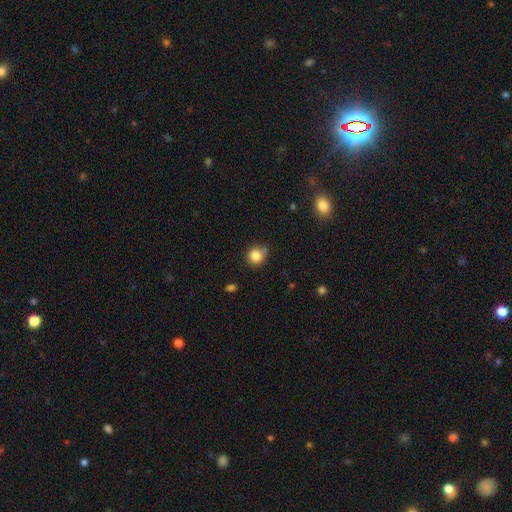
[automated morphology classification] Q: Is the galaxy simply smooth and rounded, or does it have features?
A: smooth — 83%.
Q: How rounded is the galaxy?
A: round — 83%.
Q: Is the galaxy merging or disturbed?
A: none — 66%.